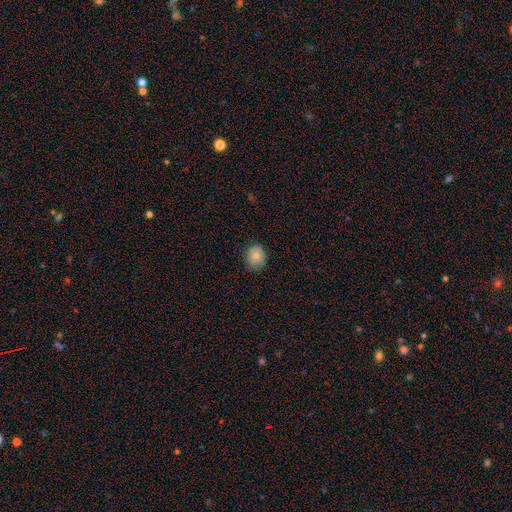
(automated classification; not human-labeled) A smooth galaxy with no disk features (84%) that is round (69%). Merging: none (80%).